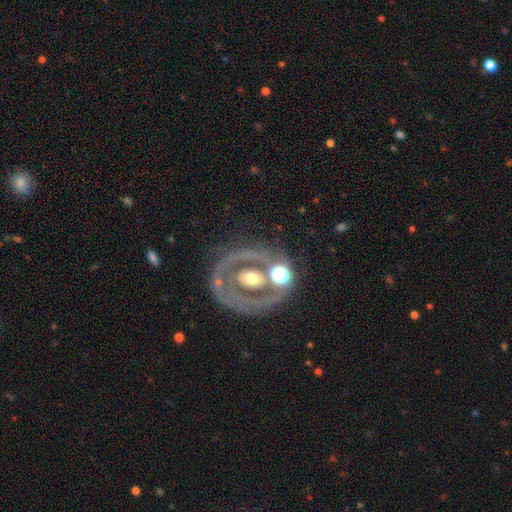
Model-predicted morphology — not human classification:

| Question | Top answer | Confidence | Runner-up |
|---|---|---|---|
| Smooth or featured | featured or disk | 71% | smooth (18%) |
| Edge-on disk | no | 94% | yes (6%) |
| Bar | no | 70% | weak (17%) |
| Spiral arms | no | 65% | yes (35%) |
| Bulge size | moderate | 69% | small (15%) |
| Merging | none | 64% | minor disturbance (15%) |